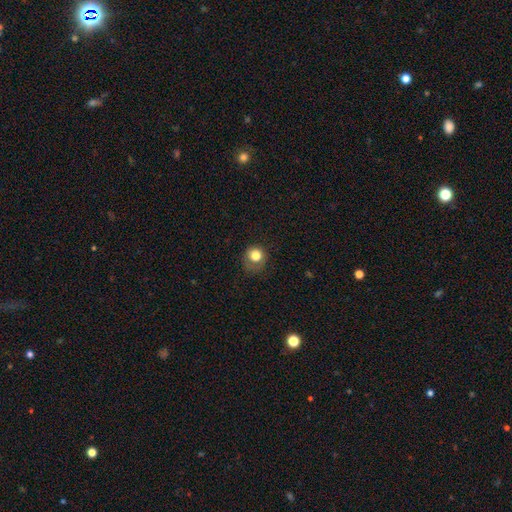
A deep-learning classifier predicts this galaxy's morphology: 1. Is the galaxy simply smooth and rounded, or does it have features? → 79% smooth, 11% star or artifact, 10% featured or disk.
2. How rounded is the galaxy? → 82% round, 17% in between, 1% cigar-shaped.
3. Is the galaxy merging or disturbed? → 57% none, 25% minor disturbance, 16% major disturbance, 2% merger.